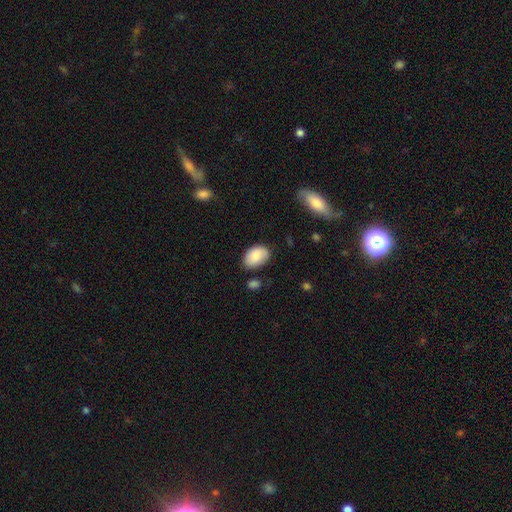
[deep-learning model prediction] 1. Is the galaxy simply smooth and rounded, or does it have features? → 82% smooth, 11% featured or disk, 7% star or artifact.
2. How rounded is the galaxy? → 88% in between, 11% round, 1% cigar-shaped.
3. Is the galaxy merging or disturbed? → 72% none, 21% minor disturbance, 4% major disturbance, 3% merger.